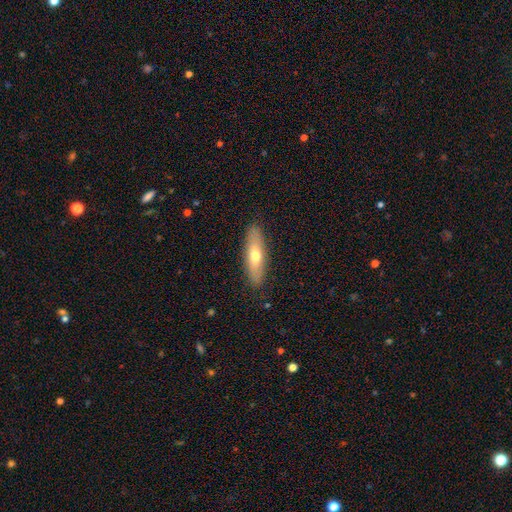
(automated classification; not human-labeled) Morphology: type=smooth (63%); roundness=cigar-shaped (52%); merging=none (88%).